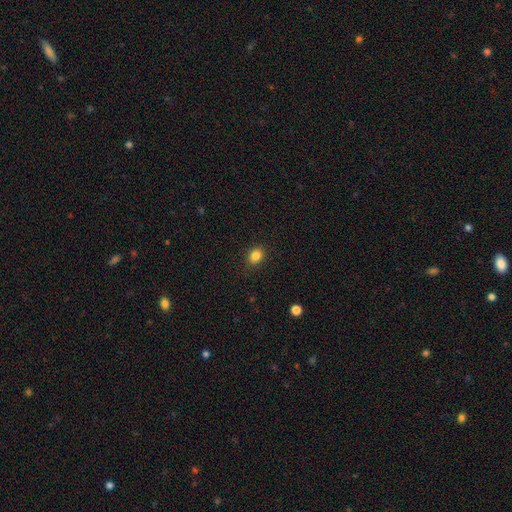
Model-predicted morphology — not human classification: smooth 85%, star or artifact 11%, featured or disk 4%. Down the decision tree: how rounded — in between (50%); merging — none (89%).